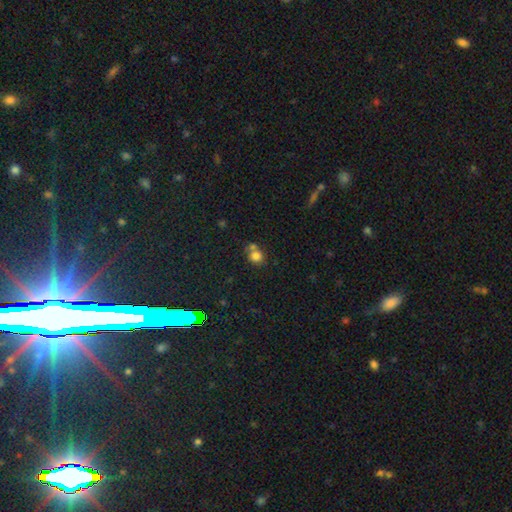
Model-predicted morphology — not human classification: Q: Smooth or featured?
A: smooth (78%); runner-up: star or artifact (13%)
Q: How rounded?
A: round (81%); runner-up: in between (18%)
Q: Merging?
A: none (50%); runner-up: merger (35%)